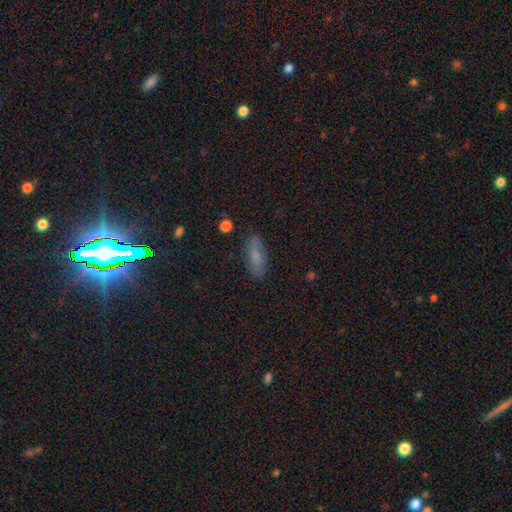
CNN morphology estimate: Q: Smooth or featured?
A: smooth (65%); runner-up: featured or disk (24%)
Q: How rounded?
A: in between (77%); runner-up: cigar-shaped (19%)
Q: Merging?
A: none (83%); runner-up: minor disturbance (12%)